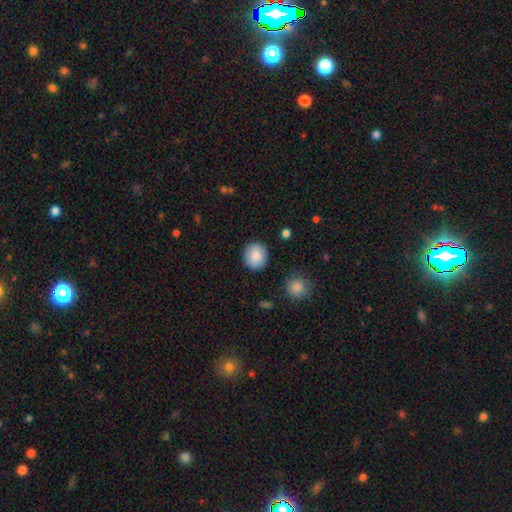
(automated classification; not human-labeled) Smooth or featured?
  - smooth: 85% *
  - featured or disk: 7%
  - star or artifact: 7%
How rounded?
  - round: 87% *
  - in between: 12%
  - cigar-shaped: 1%
Merging?
  - none: 89% *
  - minor disturbance: 8%
  - major disturbance: 2%
  - merger: 1%